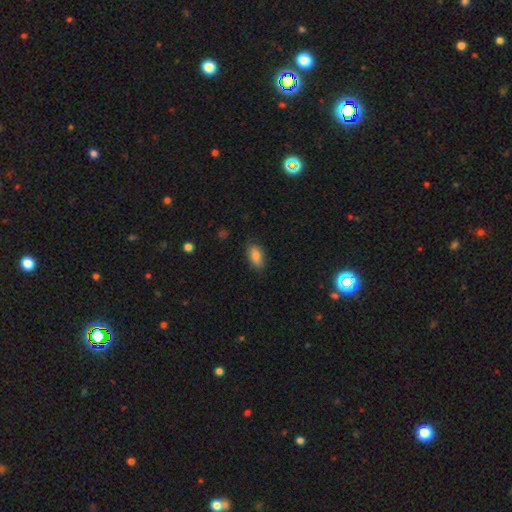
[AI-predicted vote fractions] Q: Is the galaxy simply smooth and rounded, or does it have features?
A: smooth — 82%.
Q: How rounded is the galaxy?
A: in between — 90%.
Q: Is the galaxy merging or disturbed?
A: none — 83%.